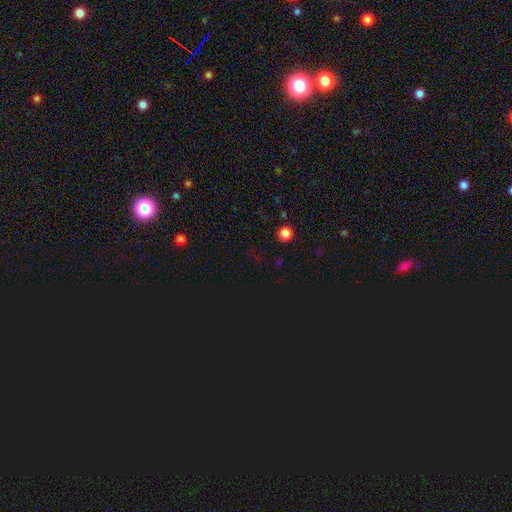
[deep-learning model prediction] smooth-or-featured: star or artifact: 62% | smooth: 32% | featured or disk: 6%